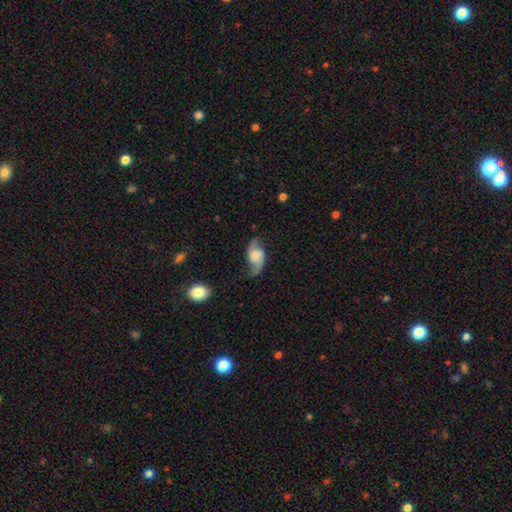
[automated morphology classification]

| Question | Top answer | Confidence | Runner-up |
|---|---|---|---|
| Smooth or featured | featured or disk | 74% | smooth (19%) |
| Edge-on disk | no | 96% | yes (4%) |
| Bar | no | 55% | weak (37%) |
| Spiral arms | yes | 94% | no (6%) |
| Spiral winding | loose | 68% | medium (25%) |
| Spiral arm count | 2 | 89% | 1 (5%) |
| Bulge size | moderate | 26% | none (23%) |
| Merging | none | 63% | minor disturbance (22%) |